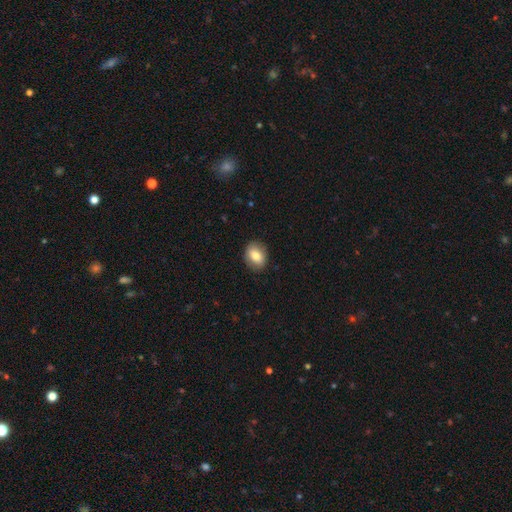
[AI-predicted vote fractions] Morphology: type=smooth (79%); roundness=in between (60%); merging=none (86%).